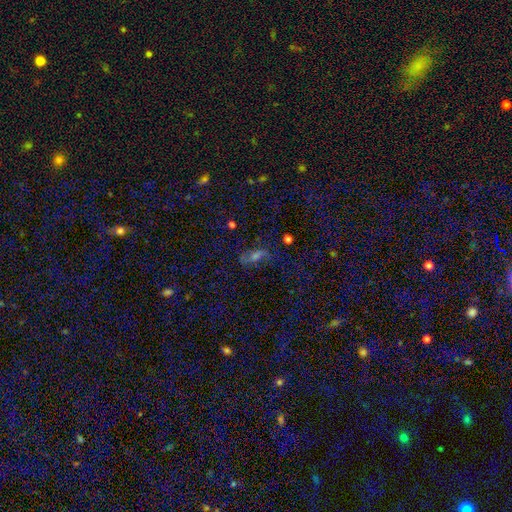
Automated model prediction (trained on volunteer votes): This appears to be a smooth galaxy with no disk features (34%). Merging: none (62%).